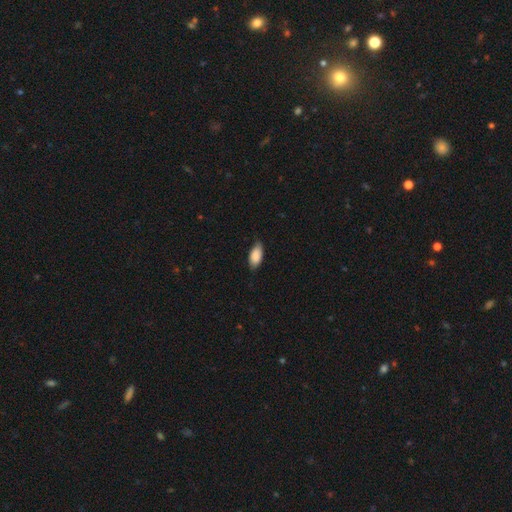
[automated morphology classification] A smooth galaxy with no disk features (88%) that is in between round and cigar-shaped (92%). Merging: none (77%).